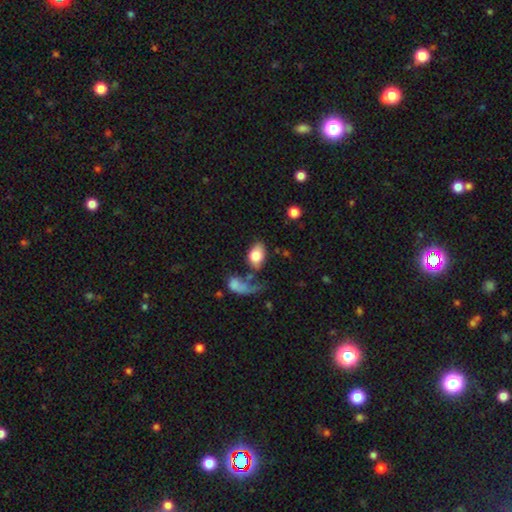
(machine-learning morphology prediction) smooth_or_featured: smooth (p=0.78) [alt: featured or disk p=0.15]
how_rounded: in between (p=0.85) [alt: round p=0.13]
merging: none (p=0.45) [alt: major disturbance p=0.20]